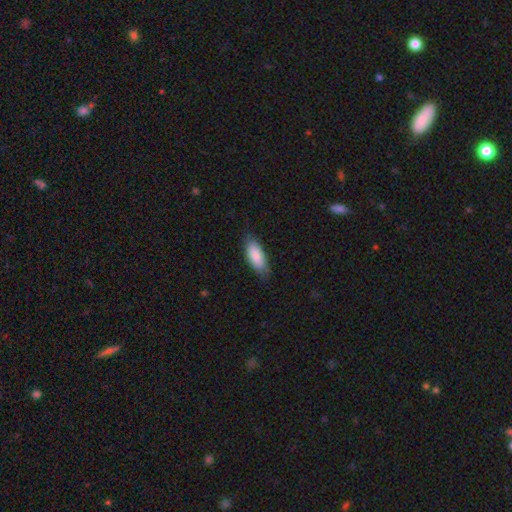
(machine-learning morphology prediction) Smooth or featured: smooth — 85% (featured or disk — 9%)
How rounded: in between — 81% (cigar-shaped — 17%)
Merging: none — 75% (minor disturbance — 20%)